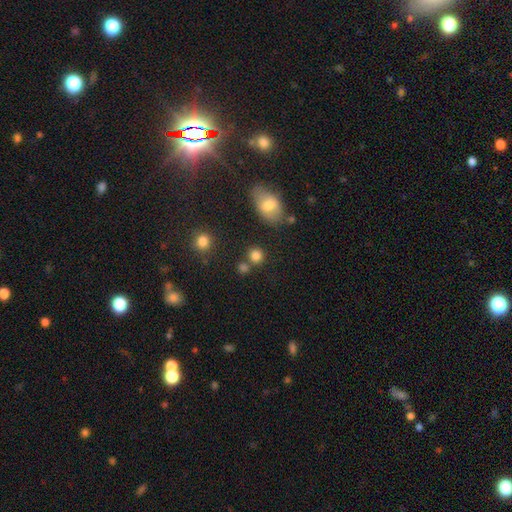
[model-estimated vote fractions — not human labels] smooth-or-featured: smooth: 82% | star or artifact: 12% | featured or disk: 6%
  how-rounded: round: 87% | in between: 12% | cigar-shaped: 1%
  merging: none: 70% | merger: 18% | minor disturbance: 9% | major disturbance: 3%